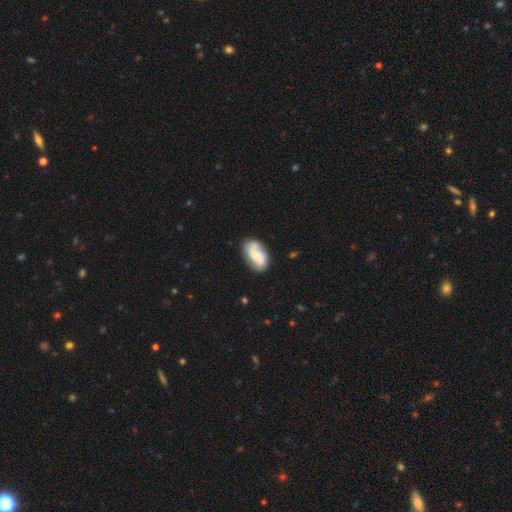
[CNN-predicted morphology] The model was most divided on "bulge size": small: 48%, moderate: 42%, none: 5%, large: 4%, dominant: 1%. More confident: edge-on disk — no (96%); spiral arms — yes (83%); merging — none (69%); bar — no (64%); smooth or featured — featured or disk (57%).